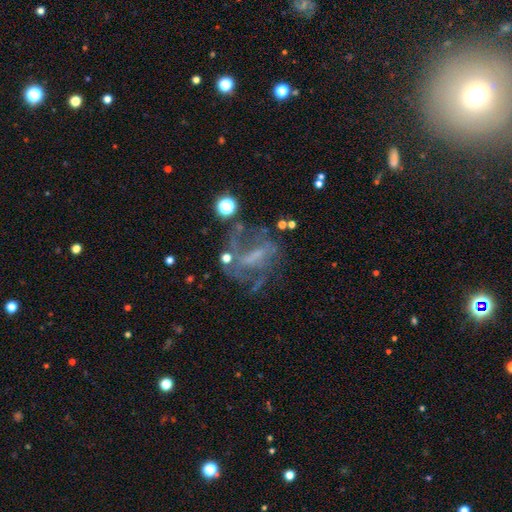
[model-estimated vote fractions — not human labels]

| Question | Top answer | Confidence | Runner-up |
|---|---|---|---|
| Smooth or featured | featured or disk | 63% | star or artifact (23%) |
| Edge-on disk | no | 93% | yes (7%) |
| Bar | weak | 38% | no (33%) |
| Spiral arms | yes | 60% | no (40%) |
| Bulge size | small | 40% | none (39%) |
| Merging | none | 49% | major disturbance (27%) |